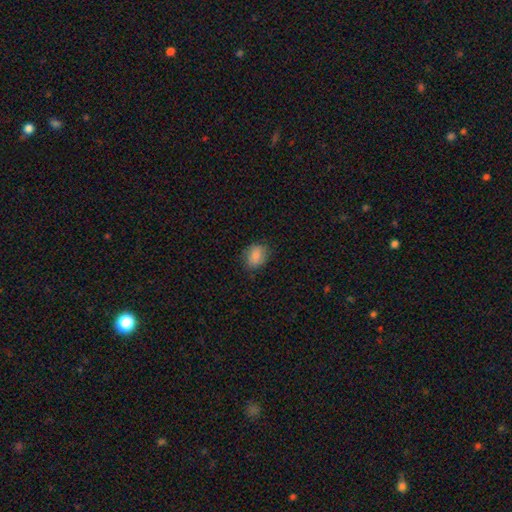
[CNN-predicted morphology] Smooth or featured: smooth — 85% (star or artifact — 8%)
How rounded: in between — 52% (round — 47%)
Merging: none — 79% (minor disturbance — 16%)